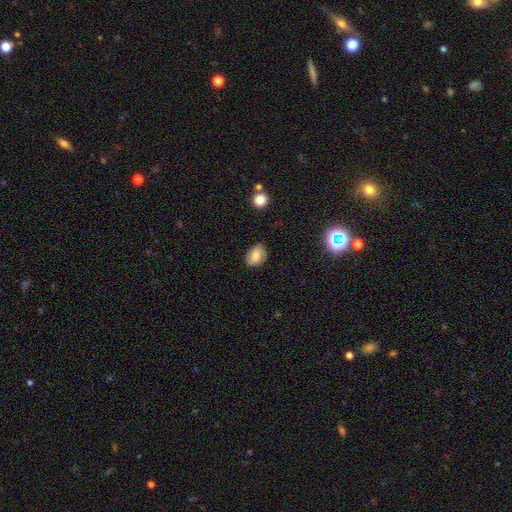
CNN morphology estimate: Smooth or featured? smooth (67%)
How rounded? in between (67%)
Merging? none (76%)